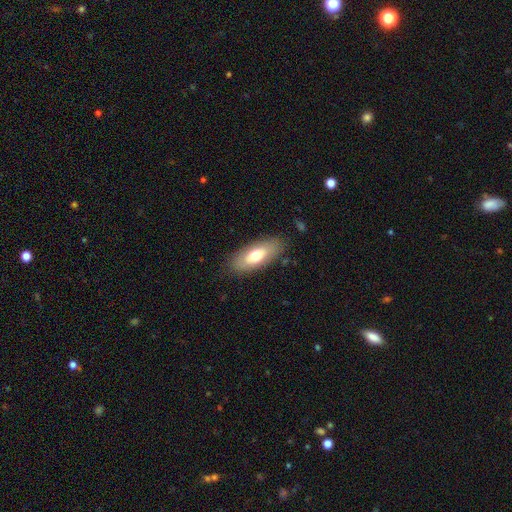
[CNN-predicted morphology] A smooth galaxy with no disk features (66%) that is in between round and cigar-shaped (80%). Merging: none (84%).